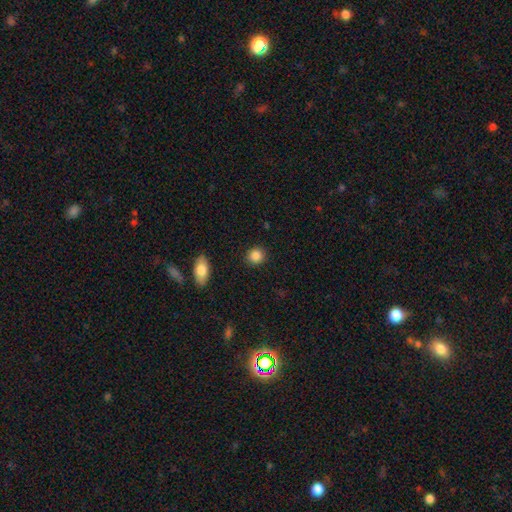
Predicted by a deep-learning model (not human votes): This appears to be a smooth galaxy with no disk features (87%) that is round (86%). Merging: none (91%).